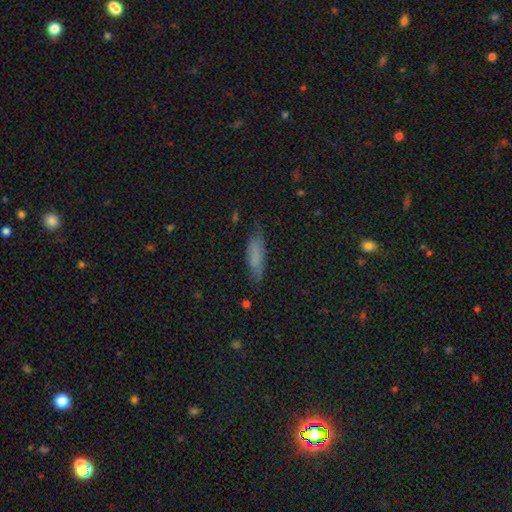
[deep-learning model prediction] Smooth or featured? Predicted: smooth (p=0.70). How rounded? Predicted: cigar-shaped (p=0.57). Merging? Predicted: none (p=0.69).